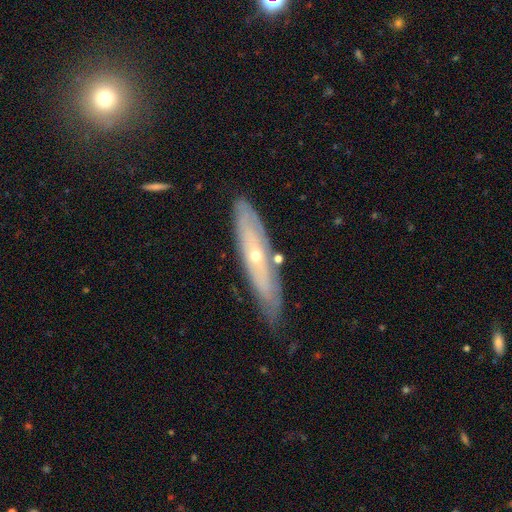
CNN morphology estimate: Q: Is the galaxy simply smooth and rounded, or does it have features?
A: featured or disk — 63%.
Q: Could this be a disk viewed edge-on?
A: no — 55%.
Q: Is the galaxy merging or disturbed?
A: none — 75%.